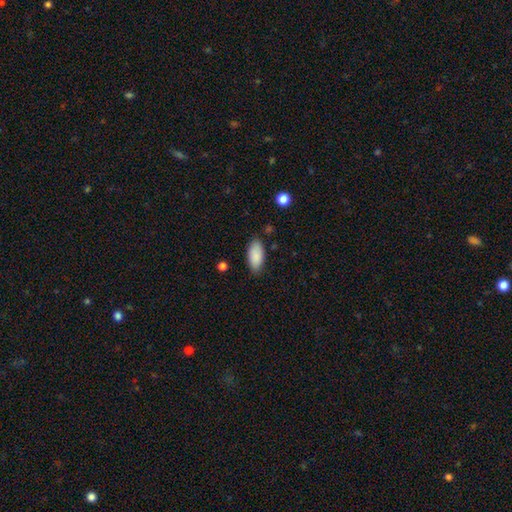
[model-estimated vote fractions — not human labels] The model was most divided on "merging": none: 82%, minor disturbance: 13%, major disturbance: 3%, merger: 2%. More confident: how rounded — in between (91%); smooth or featured — smooth (88%).